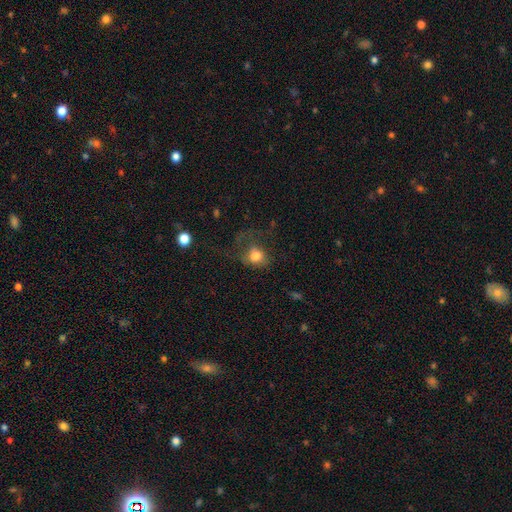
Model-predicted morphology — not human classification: Smooth or featured?
  - smooth: 73% *
  - featured or disk: 16%
  - star or artifact: 11%
How rounded?
  - round: 62% *
  - in between: 37%
  - cigar-shaped: 1%
Merging?
  - major disturbance: 43% *
  - none: 34%
  - minor disturbance: 20%
  - merger: 3%